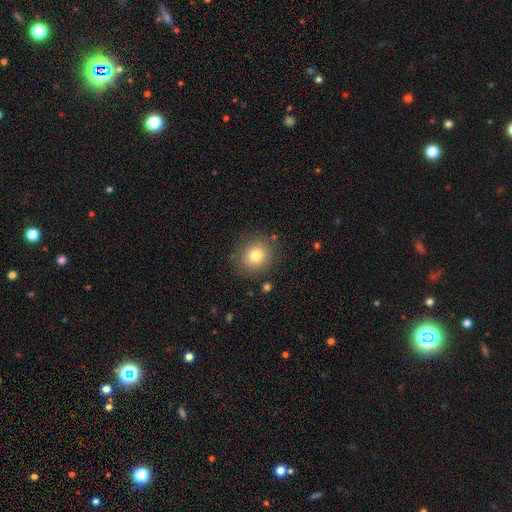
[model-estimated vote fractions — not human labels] This appears to be a smooth galaxy with no disk features (78%) that is round (83%). Merging: none (85%).